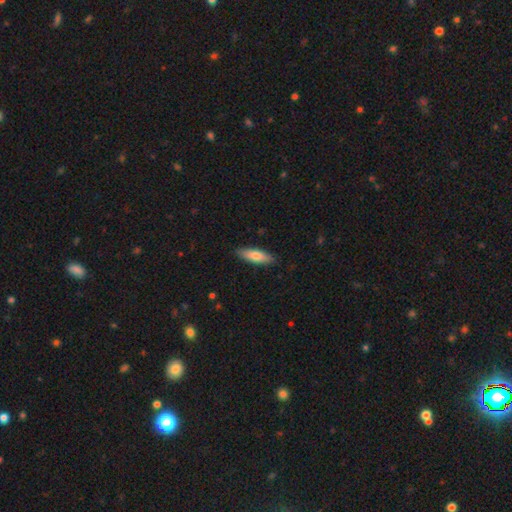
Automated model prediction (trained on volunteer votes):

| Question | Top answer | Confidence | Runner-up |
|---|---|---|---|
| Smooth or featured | smooth | 76% | featured or disk (19%) |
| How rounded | in between | 51% | cigar-shaped (47%) |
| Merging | none | 87% | minor disturbance (10%) |